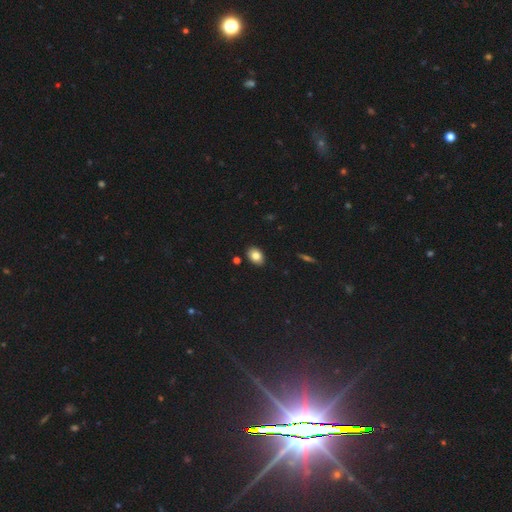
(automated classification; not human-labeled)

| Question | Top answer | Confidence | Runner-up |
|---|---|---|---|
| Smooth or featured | smooth | 83% | star or artifact (9%) |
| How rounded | in between | 80% | round (19%) |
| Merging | none | 89% | minor disturbance (8%) |